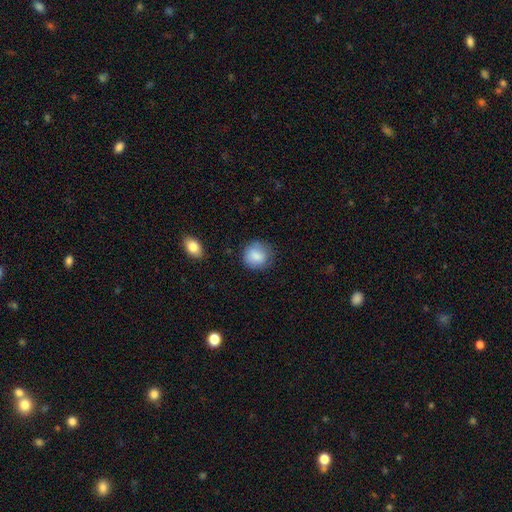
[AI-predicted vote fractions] smooth 85%, star or artifact 8%, featured or disk 7%. Down the decision tree: how rounded — round (85%); merging — none (77%).